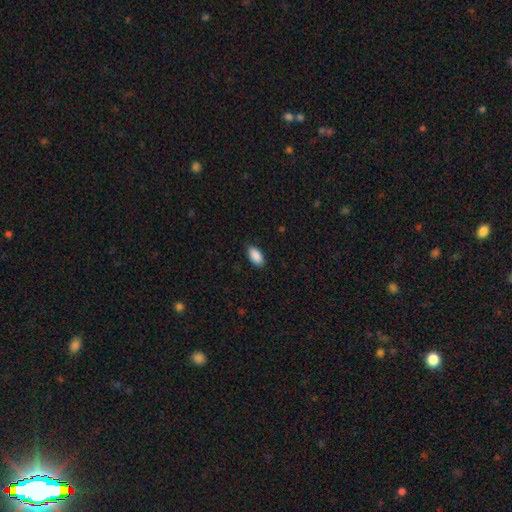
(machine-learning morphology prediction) smooth_or_featured: smooth (p=0.90) [alt: star or artifact p=0.07]
how_rounded: in between (p=0.94) [alt: cigar-shaped p=0.03]
merging: none (p=0.85) [alt: minor disturbance p=0.12]